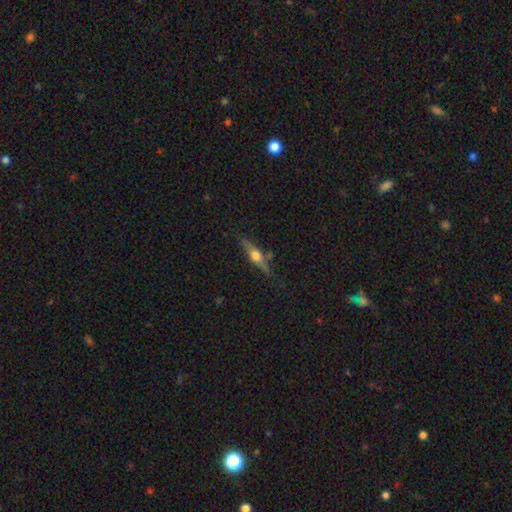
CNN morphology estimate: type=featured or disk (66%); edge-on=yes (96%); edge-on bulge=rounded (95%); merging=none (80%).